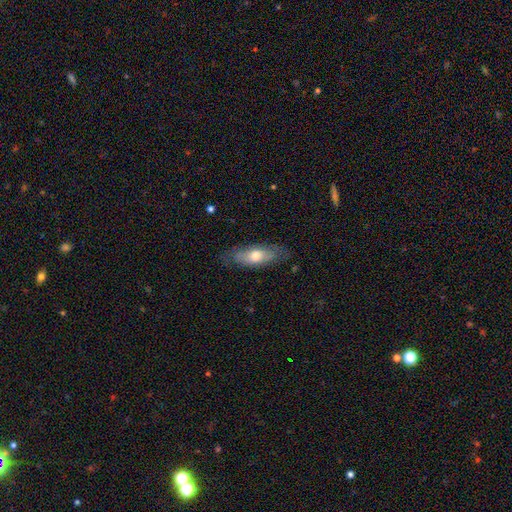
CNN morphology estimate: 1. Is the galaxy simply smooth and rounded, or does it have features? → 56% smooth, 38% featured or disk, 6% star or artifact.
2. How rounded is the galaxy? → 65% in between, 32% cigar-shaped, 3% round.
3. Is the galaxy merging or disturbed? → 75% none, 18% minor disturbance, 6% major disturbance, 1% merger.